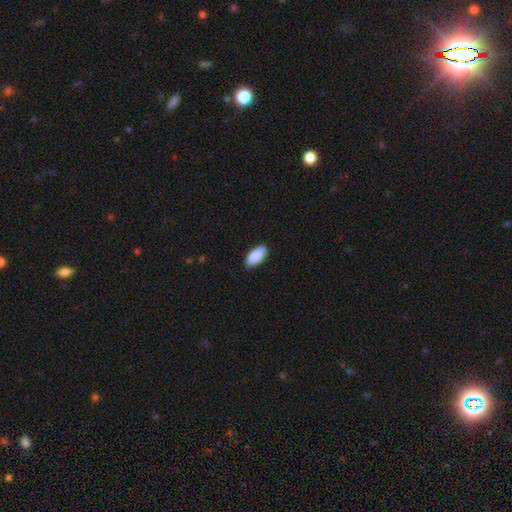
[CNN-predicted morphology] smooth 90%, star or artifact 5%, featured or disk 5%. Down the decision tree: how rounded — in between (90%); merging — none (89%).